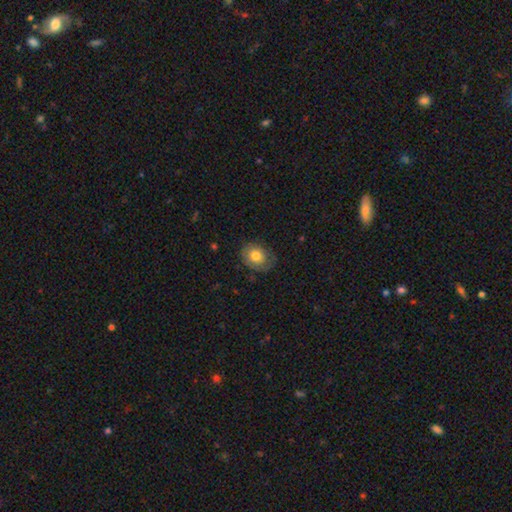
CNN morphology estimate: smooth_or_featured: smooth (p=0.71) [alt: featured or disk p=0.21]
how_rounded: in between (p=0.52) [alt: round p=0.47]
merging: none (p=0.72) [alt: minor disturbance p=0.20]